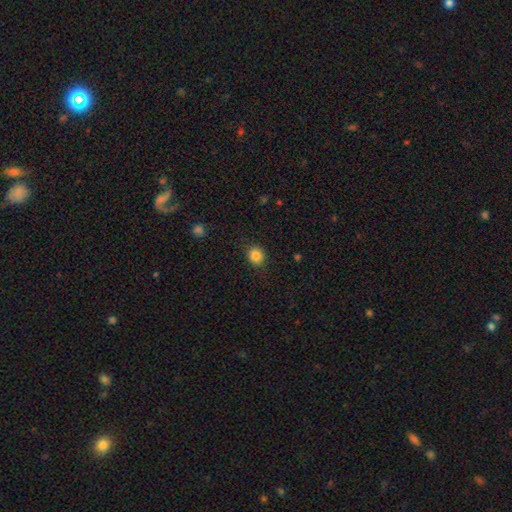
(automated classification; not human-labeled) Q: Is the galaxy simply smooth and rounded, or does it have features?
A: smooth — 85%.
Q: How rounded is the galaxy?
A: round — 70%.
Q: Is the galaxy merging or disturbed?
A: none — 86%.